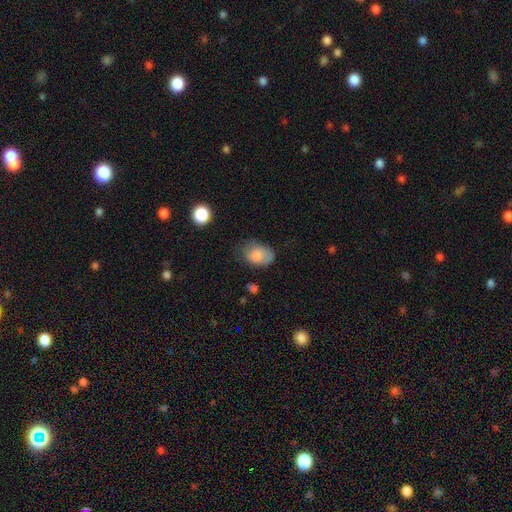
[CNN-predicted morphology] Overall: smooth (76%). How rounded: in between (76%). Merging: none (50%; minor disturbance 35%).